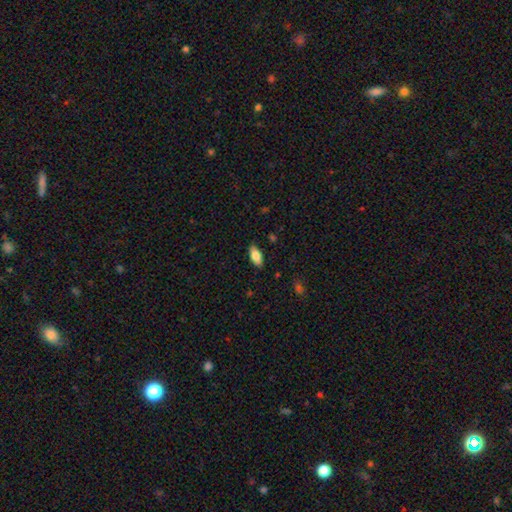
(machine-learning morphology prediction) smooth-or-featured: smooth: 79% | featured or disk: 14% | star or artifact: 7%
  how-rounded: in between: 86% | cigar-shaped: 12% | round: 2%
  merging: none: 87% | minor disturbance: 10% | major disturbance: 2% | merger: 1%